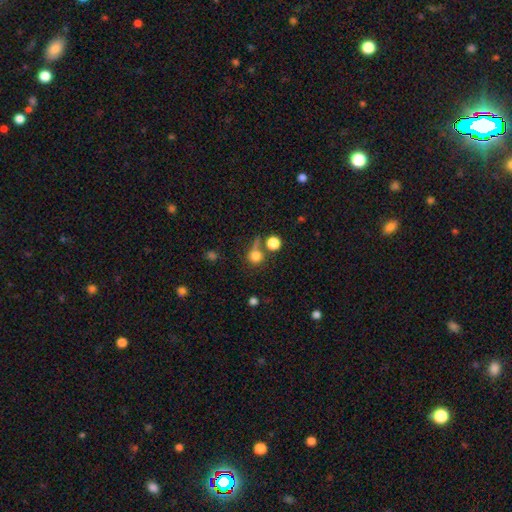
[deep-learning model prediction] A smooth galaxy with no disk features (78%) that is round (88%). Merging: none (49%).